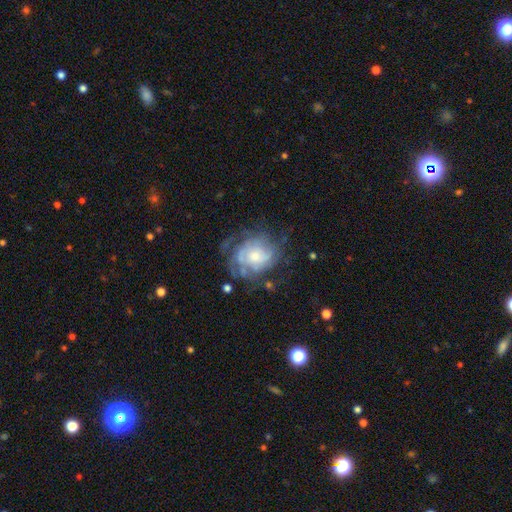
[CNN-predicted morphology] Smooth or featured? featured or disk (70%)
Edge-on disk? no (97%)
Bar? no (79%)
Spiral arms? yes (73%)
Bulge size? small (45%)
Merging? none (56%)